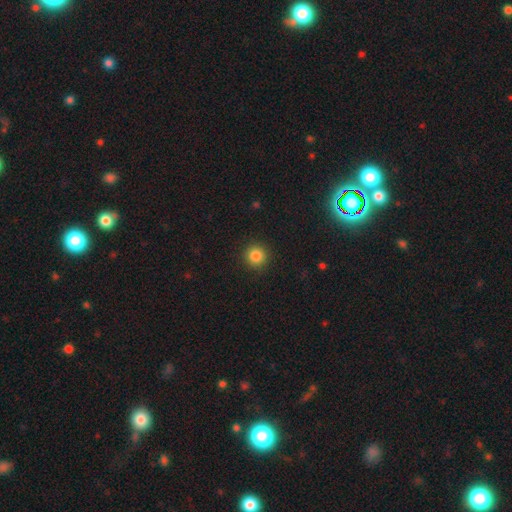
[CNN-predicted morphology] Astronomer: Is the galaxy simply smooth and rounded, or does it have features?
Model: smooth — 84%.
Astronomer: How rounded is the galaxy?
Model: round — 95%.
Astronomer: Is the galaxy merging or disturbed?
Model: none — 92%.